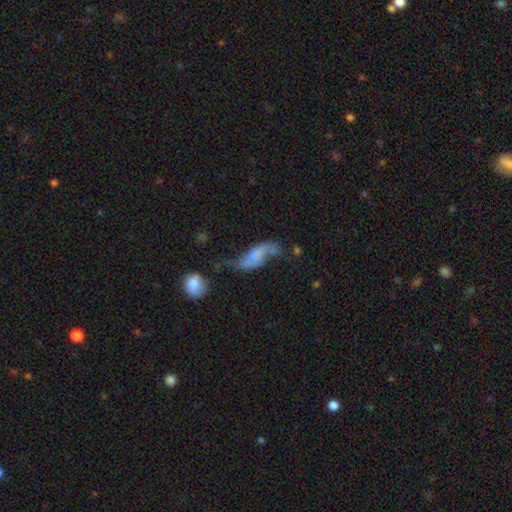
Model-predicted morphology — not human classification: featured or disk 61%, smooth 30%, star or artifact 10%. Down the decision tree: edge-on disk — no (88%); bar — no (58%); spiral arms — yes (79%); bulge size — none (40%); merging — none (36%).